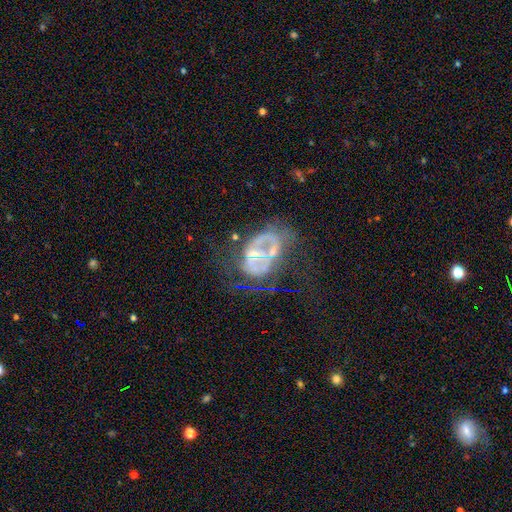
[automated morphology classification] Overall: featured or disk (72%). Edge-on disk: no (97%). Bar: no (76%). Spiral arms: no (61%; yes 39%). Bulge size: small (53%; moderate 31%). Merging: major disturbance (38%; none 26%).